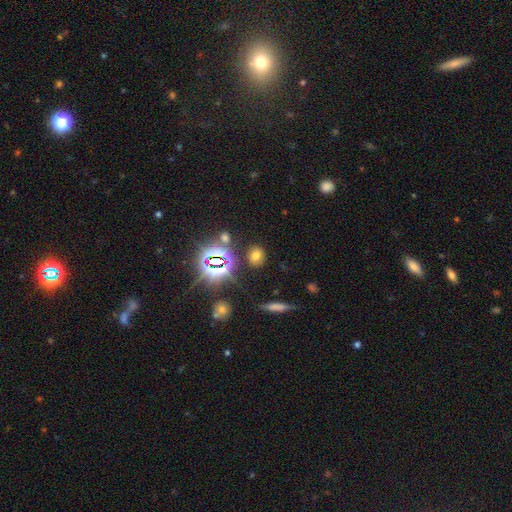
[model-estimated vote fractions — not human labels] The model was most divided on "how rounded": round: 55%, in between: 43%, cigar-shaped: 2%. More confident: merging — none (85%); smooth or featured — smooth (63%).